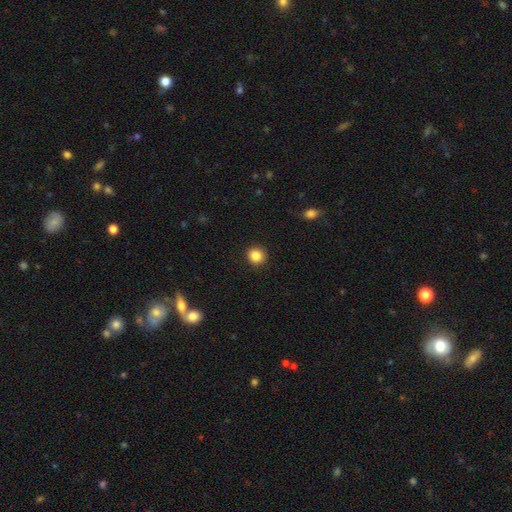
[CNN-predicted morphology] A smooth galaxy with no disk features (86%) that is round (90%).

Vote fractions:
- Smooth or featured? smooth: 86% / star or artifact: 10% / featured or disk: 4%
- How rounded? round: 90% / in between: 9% / cigar-shaped: 1%
- Merging? none: 91% / minor disturbance: 6% / major disturbance: 2% / merger: 1%